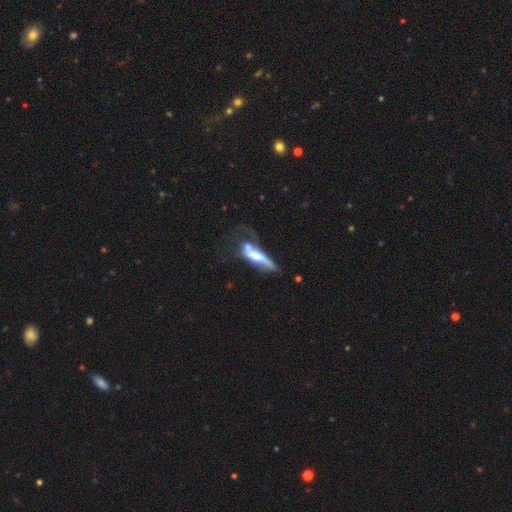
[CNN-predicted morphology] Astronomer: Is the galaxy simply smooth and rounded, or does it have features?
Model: featured or disk — 59% (runner-up: smooth, 35%).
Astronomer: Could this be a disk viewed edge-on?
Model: no — 61% (runner-up: yes, 39%).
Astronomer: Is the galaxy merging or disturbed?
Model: major disturbance — 31% (runner-up: merger, 25%).